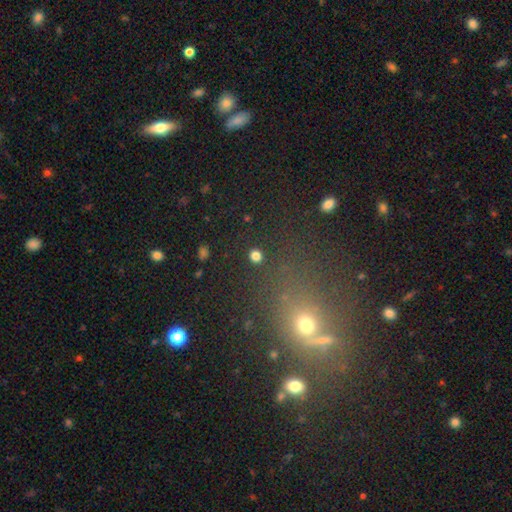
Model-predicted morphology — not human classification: A smooth galaxy with no disk features (80%) that is round (87%). Merging: none (90%).